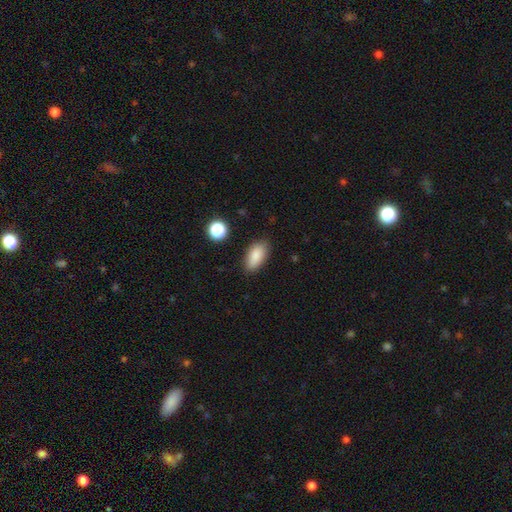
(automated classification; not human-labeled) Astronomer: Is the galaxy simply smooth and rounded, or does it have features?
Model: smooth — 86%.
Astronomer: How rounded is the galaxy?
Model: in between — 90%.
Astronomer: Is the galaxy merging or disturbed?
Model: none — 84%.